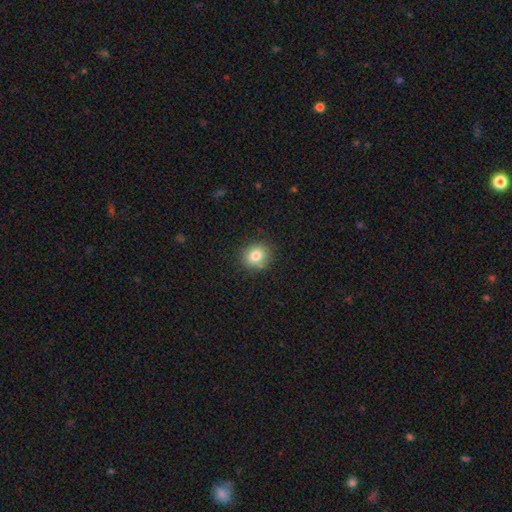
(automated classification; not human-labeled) Smooth or featured?
  - smooth: 81% *
  - star or artifact: 11%
  - featured or disk: 8%
How rounded?
  - round: 72% *
  - in between: 27%
  - cigar-shaped: 1%
Merging?
  - none: 82% *
  - minor disturbance: 12%
  - merger: 3%
  - major disturbance: 3%